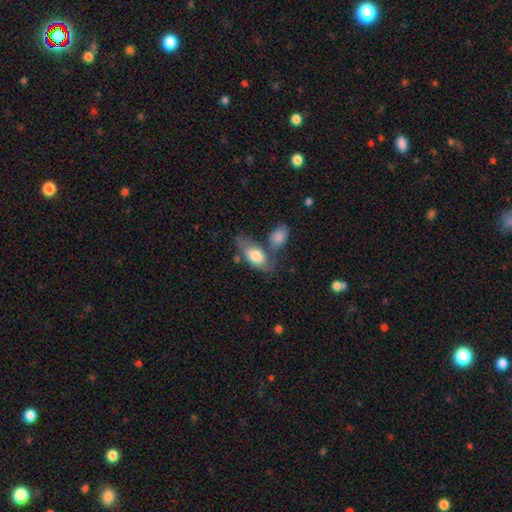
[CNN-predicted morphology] Overall: smooth (68%). How rounded: in between (88%). Merging: none (42%; merger 29%).